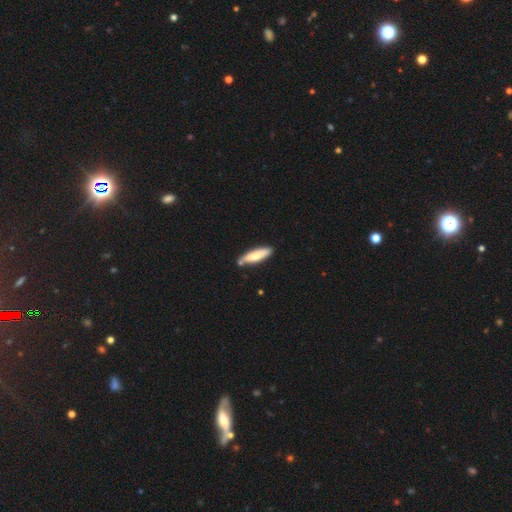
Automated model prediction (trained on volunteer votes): smooth 74%, featured or disk 21%, star or artifact 5%. Down the decision tree: how rounded — cigar-shaped (71%); merging — none (76%).